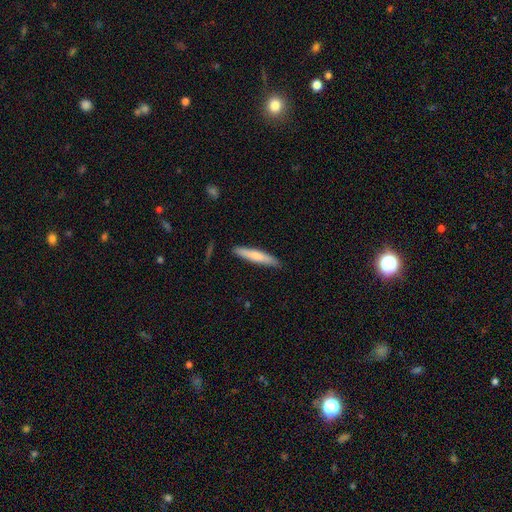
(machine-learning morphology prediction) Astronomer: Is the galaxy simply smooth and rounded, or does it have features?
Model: smooth — 72%.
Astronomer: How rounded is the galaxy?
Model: cigar-shaped — 91%.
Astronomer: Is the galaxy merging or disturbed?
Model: none — 88%.